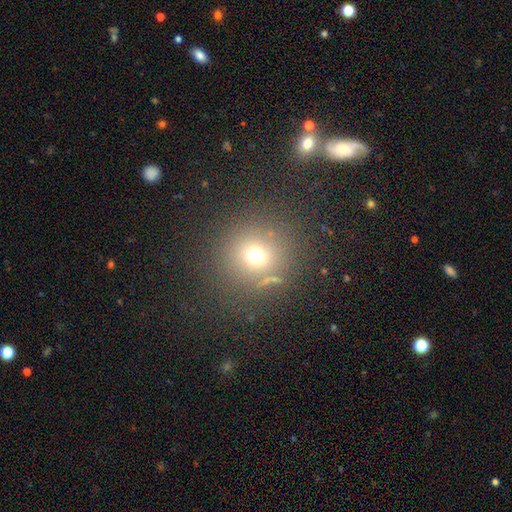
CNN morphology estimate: This is likely a smooth galaxy (68%). How rounded: clearly round (90%). Merging: clearly none (80%).